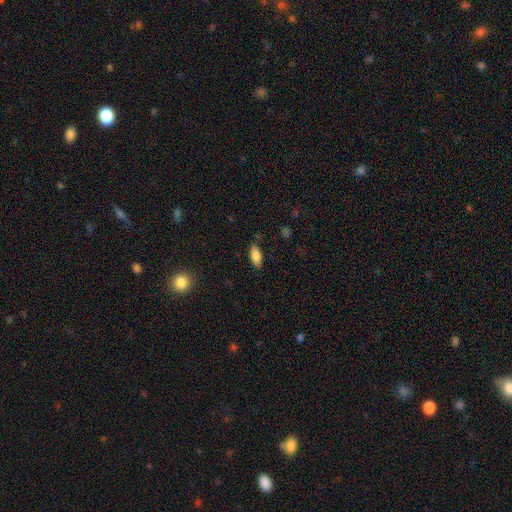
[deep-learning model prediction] Smooth or featured: smooth — 86% (star or artifact — 8%)
How rounded: in between — 84% (cigar-shaped — 14%)
Merging: none — 83% (minor disturbance — 12%)